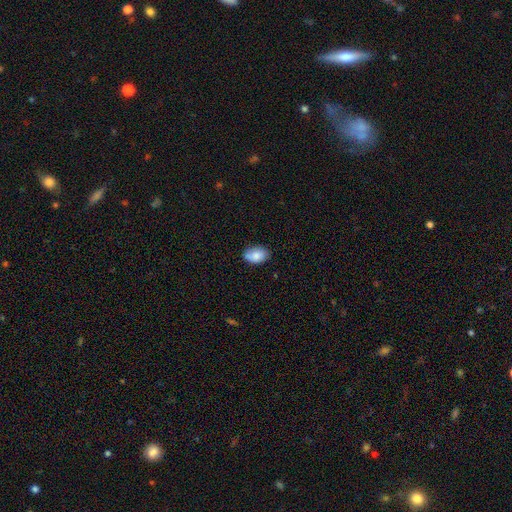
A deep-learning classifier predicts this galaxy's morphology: This appears to be a smooth galaxy with no disk features (82%) that is in between round and cigar-shaped (86%). Merging: none (75%).